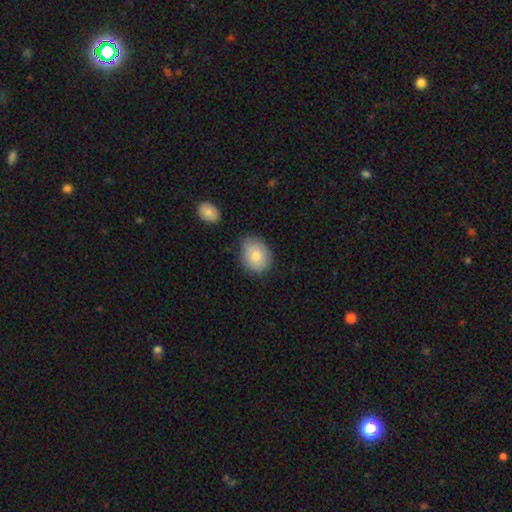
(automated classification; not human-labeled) The model was most divided on "how rounded": in between: 50%, round: 49%, cigar-shaped: 1%. More confident: smooth or featured — smooth (80%); merging — none (73%).